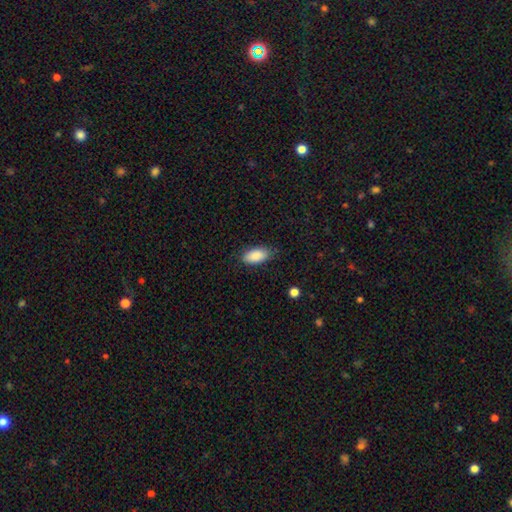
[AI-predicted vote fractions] smooth 89%, star or artifact 7%, featured or disk 5%. Down the decision tree: how rounded — in between (91%); merging — none (78%).